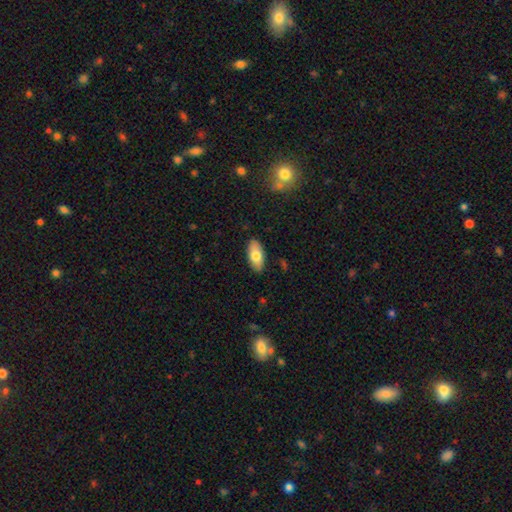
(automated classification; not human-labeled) The model was most divided on "smooth or featured": smooth: 76%, featured or disk: 18%, star or artifact: 6%. More confident: how rounded — in between (90%); merging — none (89%).